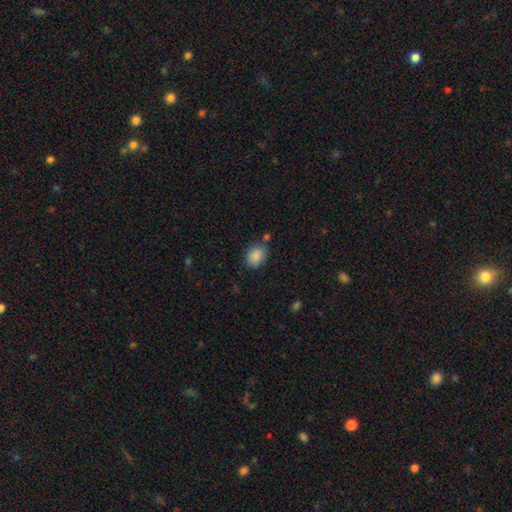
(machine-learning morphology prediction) The model was most divided on "how rounded": in between: 56%, round: 43%, cigar-shaped: 1%. More confident: smooth or featured — smooth (88%); merging — none (74%).